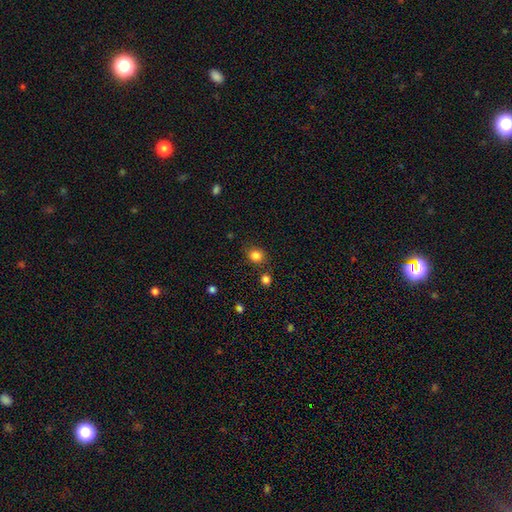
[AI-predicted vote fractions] This appears to be a smooth galaxy with no disk features (83%) that is round (80%). Merging: none (80%).